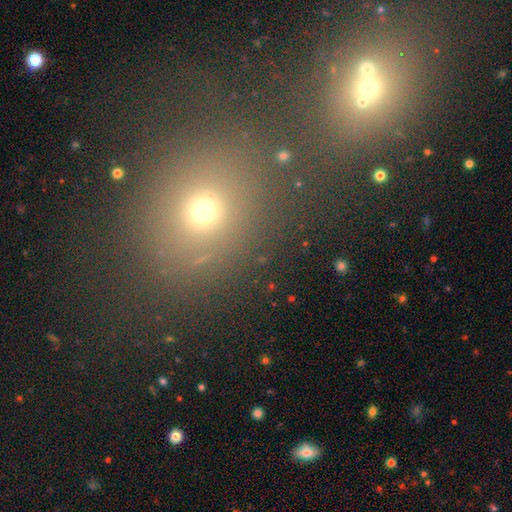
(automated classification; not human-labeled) Smooth or featured? smooth (56%)
How rounded? round (68%)
Merging? none (69%)